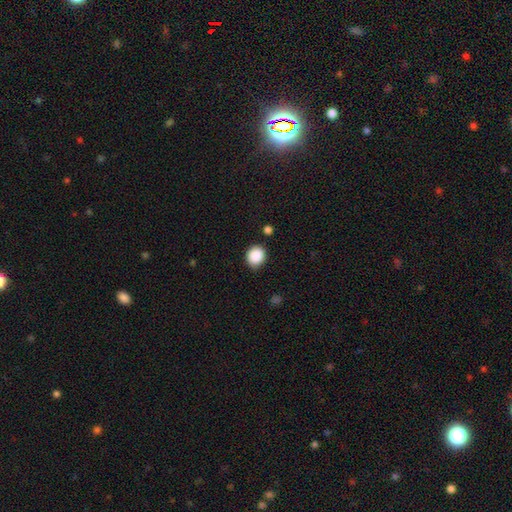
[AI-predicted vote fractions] This appears to be a smooth galaxy with no disk features (88%) that is round (78%). Merging: none (79%).